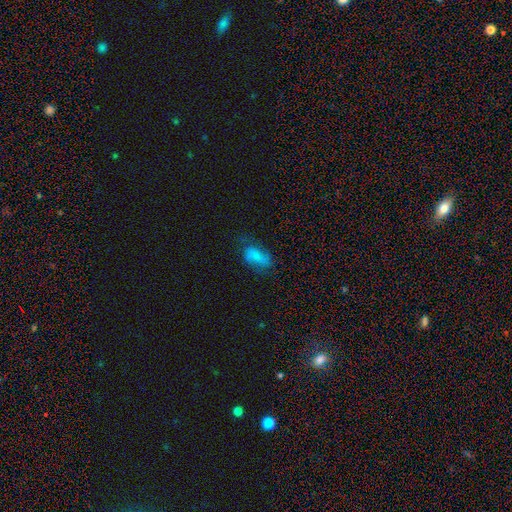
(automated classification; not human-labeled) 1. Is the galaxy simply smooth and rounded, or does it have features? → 57% smooth, 31% featured or disk, 12% star or artifact.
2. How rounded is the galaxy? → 87% in between, 7% cigar-shaped, 6% round.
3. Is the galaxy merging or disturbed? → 58% none, 26% minor disturbance, 14% major disturbance, 2% merger.